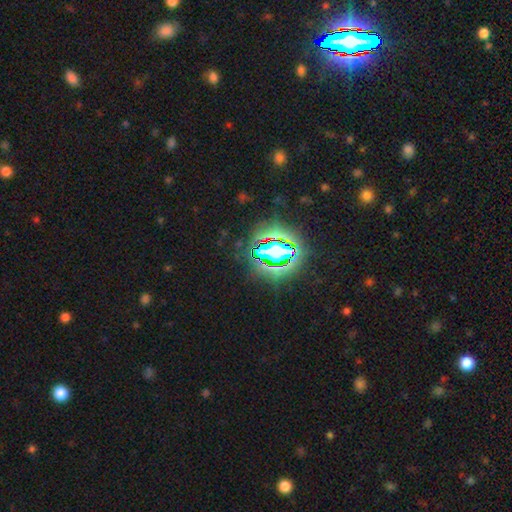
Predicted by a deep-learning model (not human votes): The model was most divided on "smooth or featured": star or artifact: 76%, smooth: 14%, featured or disk: 9%.